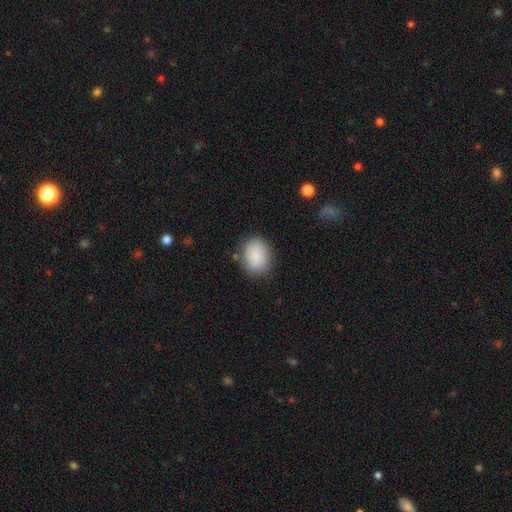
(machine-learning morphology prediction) type=smooth (86%); roundness=in between (52%); merging=none (81%).